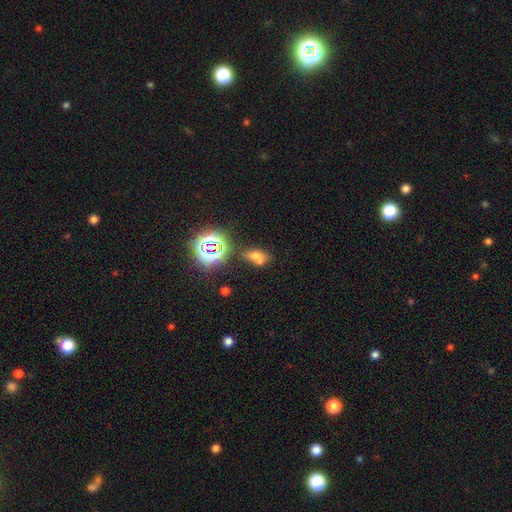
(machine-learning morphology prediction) Q: Smooth or featured?
A: smooth (55%); runner-up: star or artifact (27%)
Q: How rounded?
A: in between (69%); runner-up: round (23%)
Q: Merging?
A: merger (42%); runner-up: none (40%)